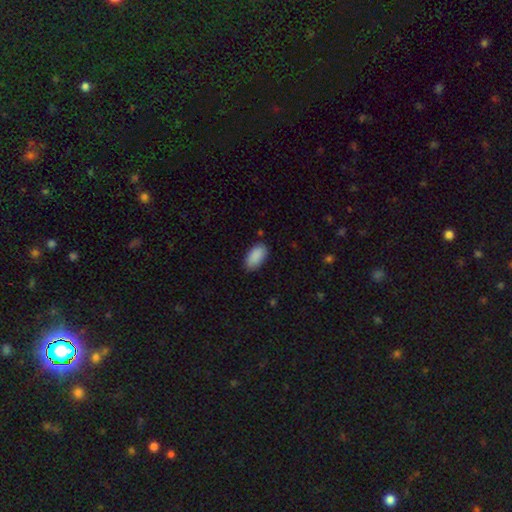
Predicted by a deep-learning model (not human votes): A smooth galaxy with no disk features (90%) that is in between round and cigar-shaped (94%). Merging: none (84%).